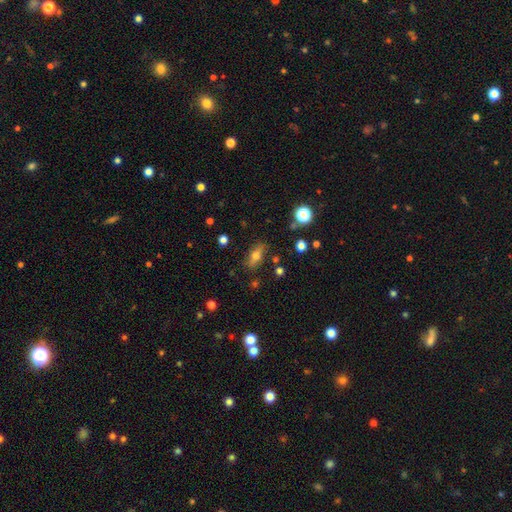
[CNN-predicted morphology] This appears to be a smooth galaxy with no disk features (65%) that is in between round and cigar-shaped (72%). Merging: none (78%).